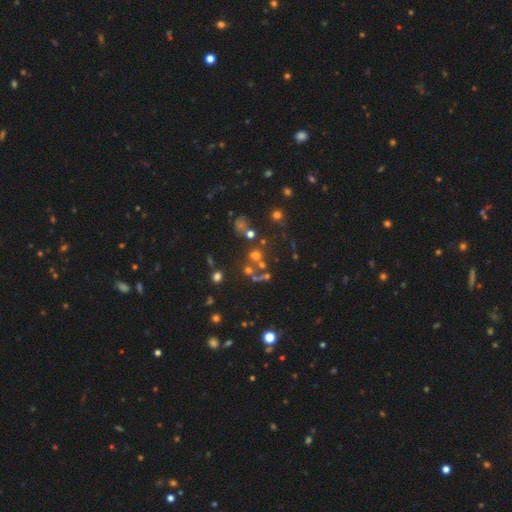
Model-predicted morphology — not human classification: A smooth galaxy with no disk features (48%). Merging: none (52%).